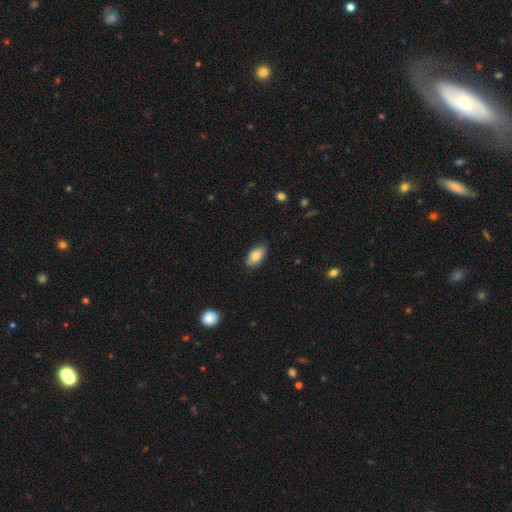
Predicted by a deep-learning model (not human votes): A smooth galaxy with no disk features (78%) that is in between round and cigar-shaped (92%).

Vote fractions:
- Smooth or featured? smooth: 78% / featured or disk: 15% / star or artifact: 7%
- How rounded? in between: 92% / cigar-shaped: 5% / round: 3%
- Merging? none: 87% / minor disturbance: 10% / major disturbance: 2% / merger: 1%